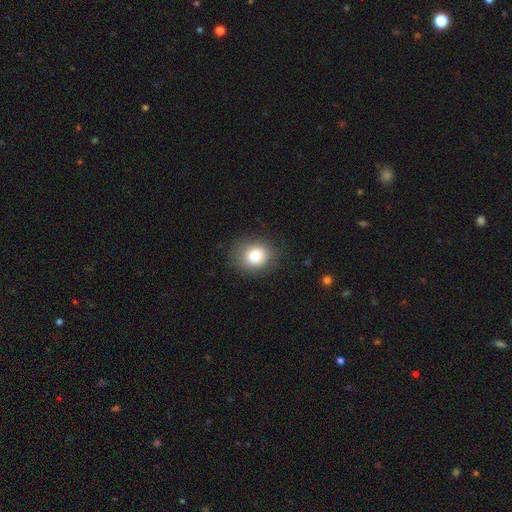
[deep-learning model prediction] Overall: smooth (79%). How rounded: round (67%; in between 32%). Merging: none (80%).